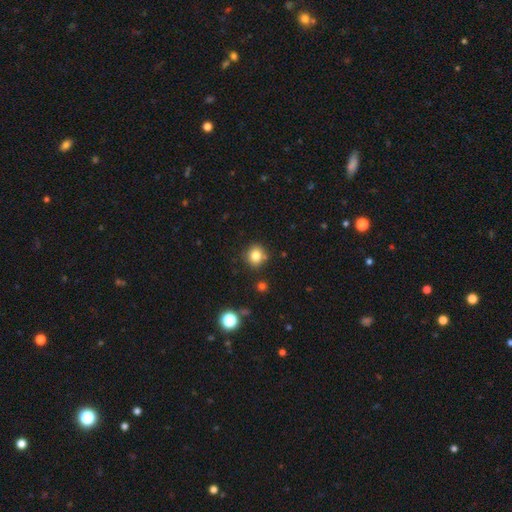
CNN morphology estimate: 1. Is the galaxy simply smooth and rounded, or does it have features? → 82% smooth, 12% star or artifact, 6% featured or disk.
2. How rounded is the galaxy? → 85% round, 14% in between, 1% cigar-shaped.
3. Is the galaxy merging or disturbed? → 82% none, 11% minor disturbance, 5% merger, 3% major disturbance.